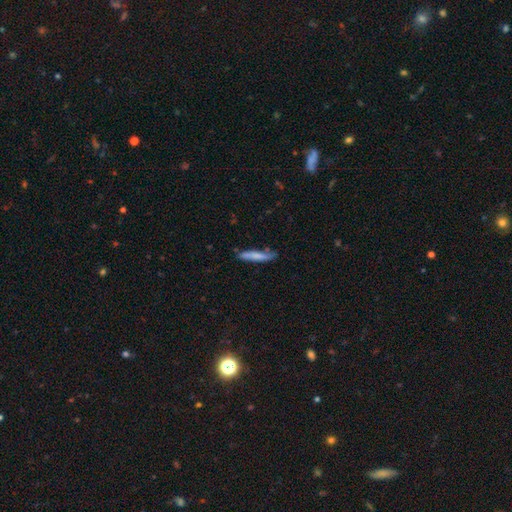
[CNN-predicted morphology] This is likely a smooth galaxy (73%). How rounded: clearly cigar-shaped (90%). Merging: likely none (73%).